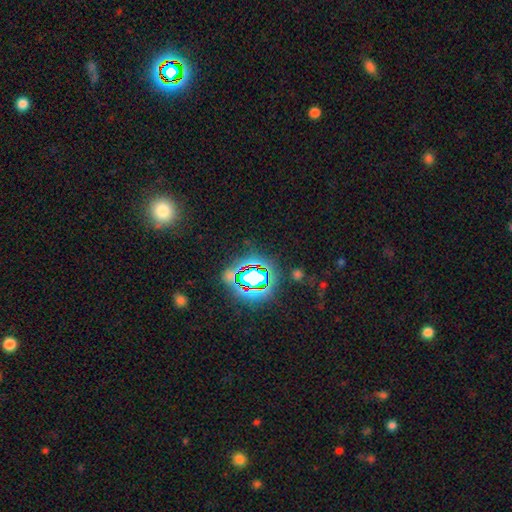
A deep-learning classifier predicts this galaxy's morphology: Q: Smooth or featured?
A: star or artifact (79%); runner-up: smooth (12%)